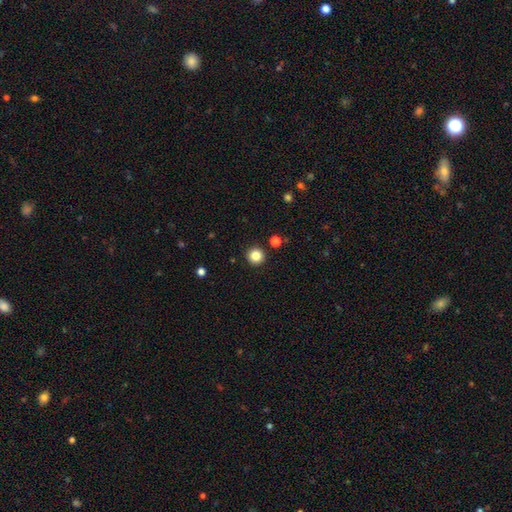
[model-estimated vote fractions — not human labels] The model was most divided on "smooth or featured": smooth: 85%, star or artifact: 11%, featured or disk: 4%. More confident: how rounded — round (96%); merging — none (92%).